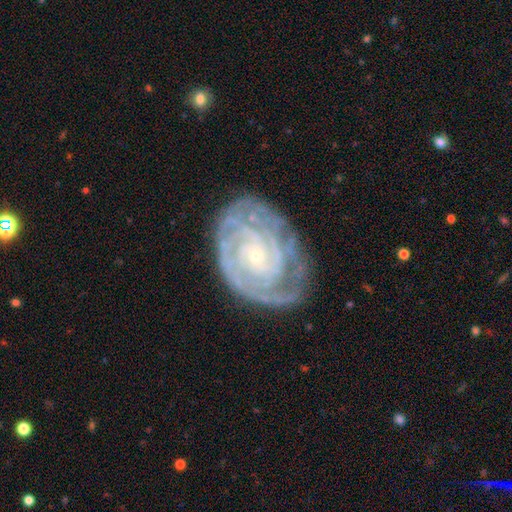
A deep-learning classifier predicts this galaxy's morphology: The model was most divided on "spiral arm count": can't tell: 27%, 3: 21%, 2: 19%, 4: 17%, more than 4: 9%, 1: 7%. More confident: edge-on disk — no (97%); spiral arms — yes (97%); smooth or featured — featured or disk (88%); bulge size — small (86%); spiral winding — tight (79%); bar — no (75%); merging — none (72%).